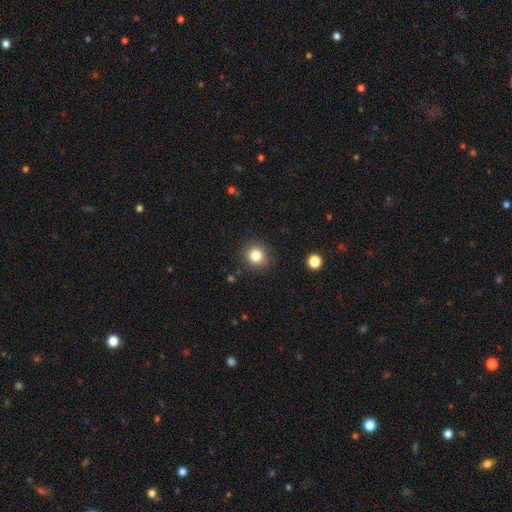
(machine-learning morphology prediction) Overall: smooth (82%). How rounded: round (91%). Merging: none (89%).